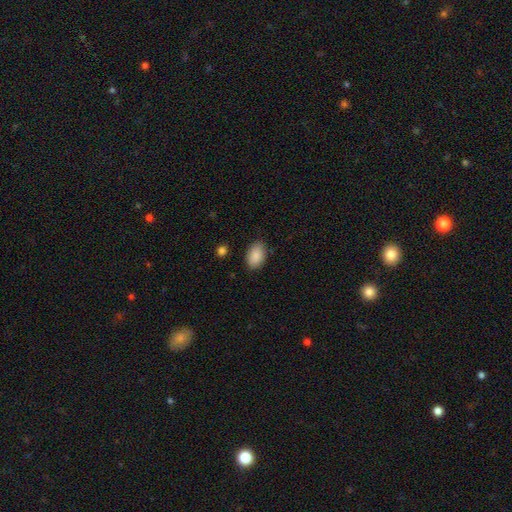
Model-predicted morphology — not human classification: This appears to be a smooth galaxy with no disk features (89%) that is in between round and cigar-shaped (91%). Merging: none (85%).